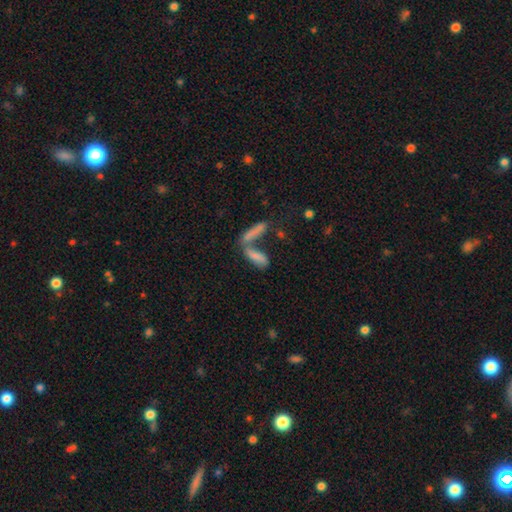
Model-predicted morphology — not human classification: This appears to be a smooth galaxy with no disk features (68%) that is cigar-shaped (56%). Merging: merger (58%).